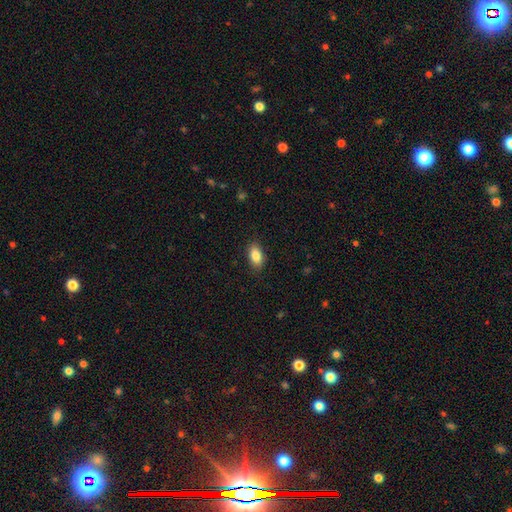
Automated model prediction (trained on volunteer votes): Q: Smooth or featured?
A: smooth (85%); runner-up: star or artifact (7%)
Q: How rounded?
A: in between (91%); runner-up: round (5%)
Q: Merging?
A: none (86%); runner-up: minor disturbance (10%)